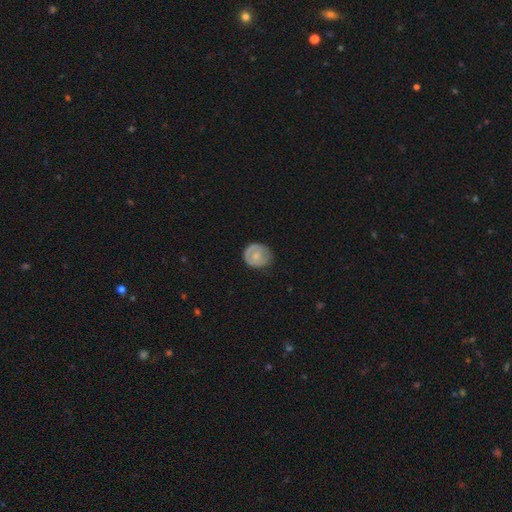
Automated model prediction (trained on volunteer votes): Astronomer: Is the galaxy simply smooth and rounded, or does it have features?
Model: smooth — 57% (runner-up: featured or disk, 37%).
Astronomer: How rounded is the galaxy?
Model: round — 79%.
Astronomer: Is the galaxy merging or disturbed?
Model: none — 69%.